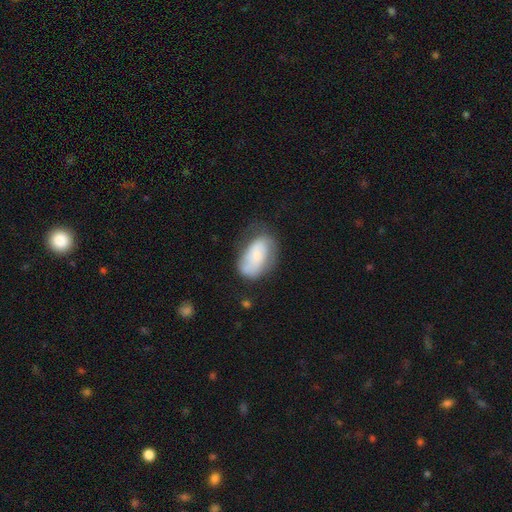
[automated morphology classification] This is likely a smooth galaxy (60%). How rounded: clearly in between (92%). Merging: possibly none (47%).